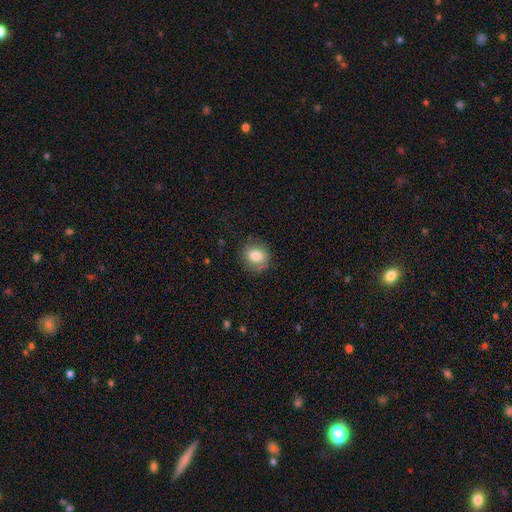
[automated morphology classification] smooth 79%, featured or disk 11%, star or artifact 9%. Down the decision tree: how rounded — round (81%); merging — none (79%).